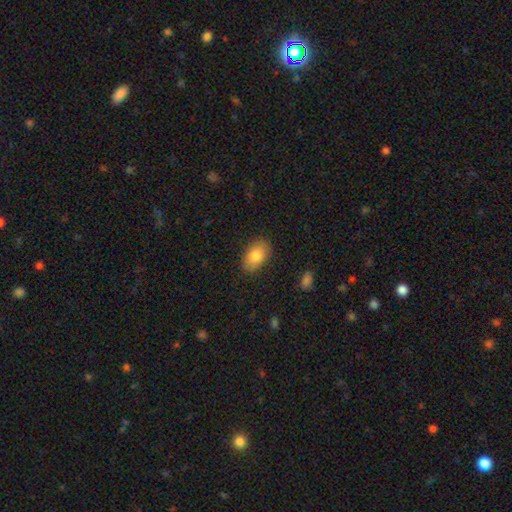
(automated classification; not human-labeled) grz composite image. It shows a smooth galaxy with no disk features (83%) that is in between round and cigar-shaped (92%). Merging: none (86%).